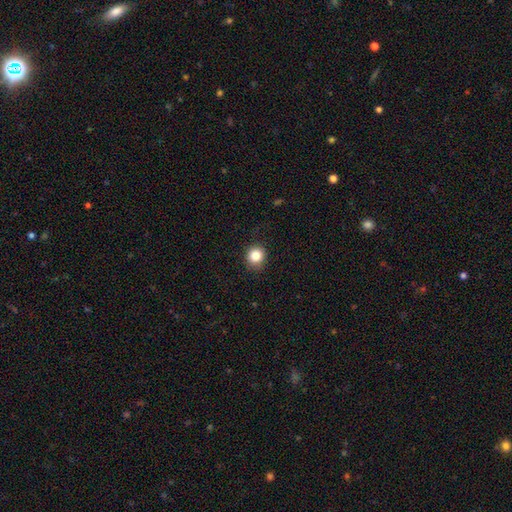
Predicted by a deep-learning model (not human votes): Overall: smooth (84%). How rounded: round (86%). Merging: none (86%).